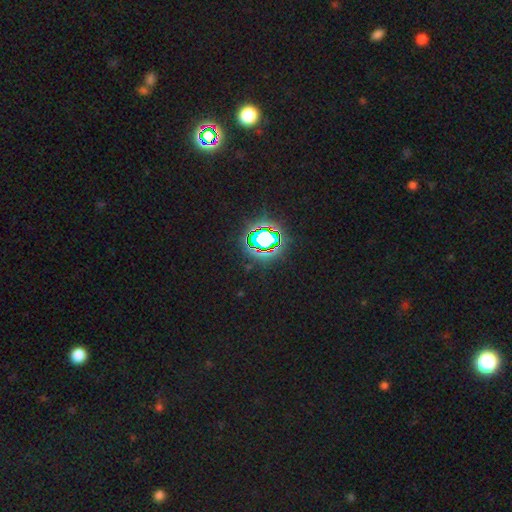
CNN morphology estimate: A star or artifact, not a galaxy (80%).